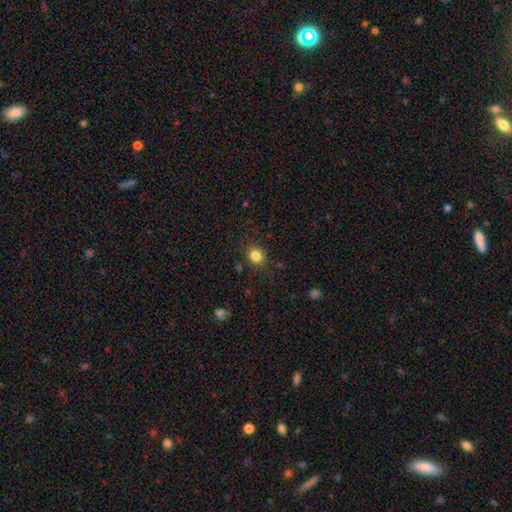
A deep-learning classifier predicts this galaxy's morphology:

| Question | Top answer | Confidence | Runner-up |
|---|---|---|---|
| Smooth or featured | smooth | 83% | star or artifact (12%) |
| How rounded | round | 73% | in between (26%) |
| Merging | none | 86% | minor disturbance (10%) |